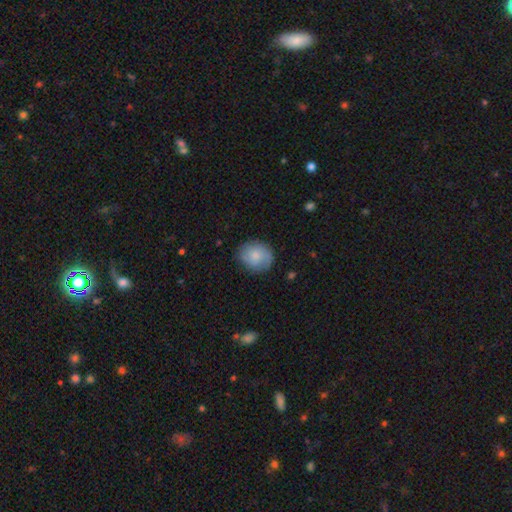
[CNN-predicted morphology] This is likely a smooth galaxy (77%). How rounded: likely round (71%). Merging: likely none (79%).